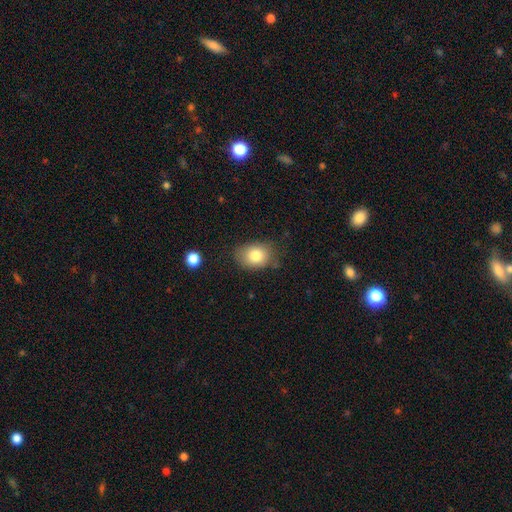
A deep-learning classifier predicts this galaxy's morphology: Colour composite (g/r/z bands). It shows a smooth galaxy with no disk features (81%) that is in between round and cigar-shaped (70%). Merging: none (70%).